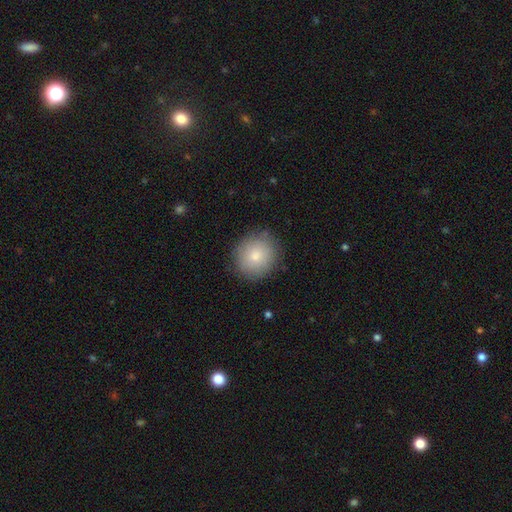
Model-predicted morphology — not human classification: Smooth or featured? smooth (82%)
How rounded? round (86%)
Merging? none (85%)